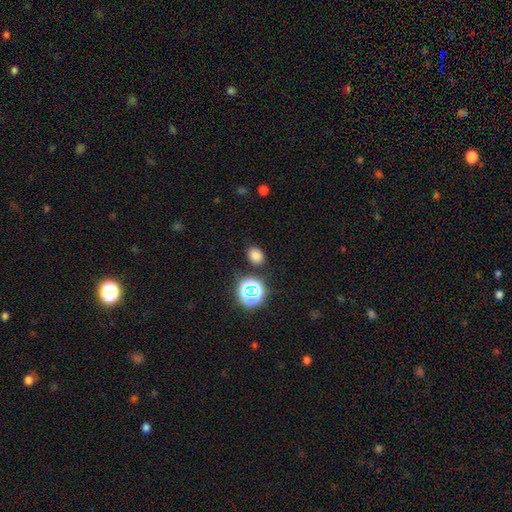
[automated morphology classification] A smooth galaxy with no disk features (76%) that is in between round and cigar-shaped (57%). Merging: none (84%).